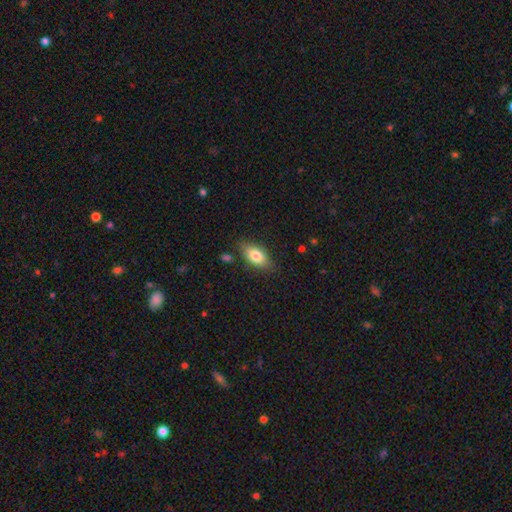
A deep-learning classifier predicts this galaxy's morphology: Smooth or featured? Predicted: smooth (p=0.79). How rounded? Predicted: in between (p=0.88). Merging? Predicted: none (p=0.80).